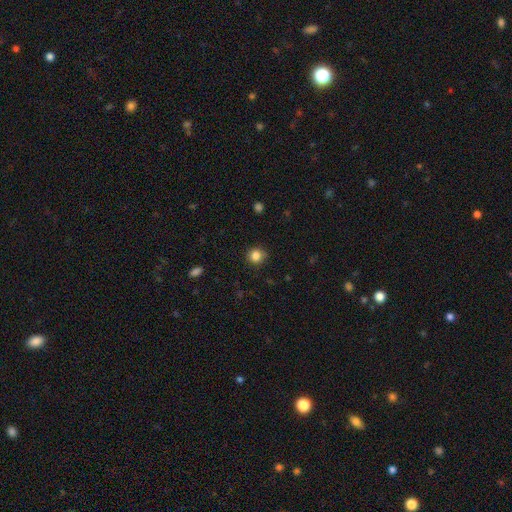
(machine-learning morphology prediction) Q: Smooth or featured?
A: smooth (84%); runner-up: star or artifact (11%)
Q: How rounded?
A: round (90%); runner-up: in between (9%)
Q: Merging?
A: none (84%); runner-up: minor disturbance (12%)